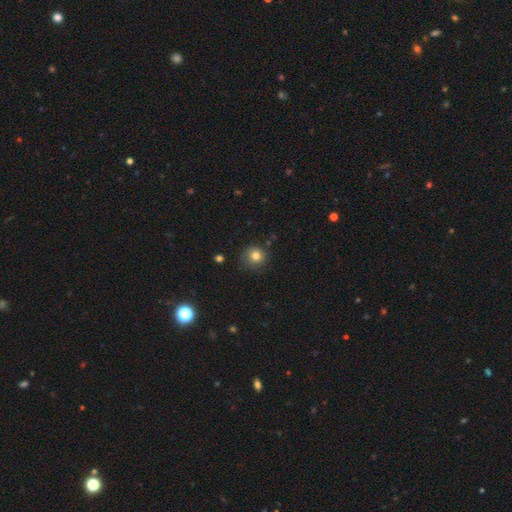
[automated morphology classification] A smooth galaxy with no disk features (80%) that is round (91%). Merging: none (79%).